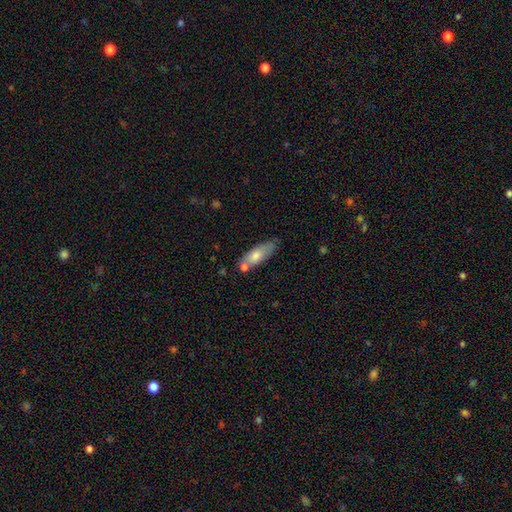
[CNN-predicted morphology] smooth 69%, featured or disk 24%, star or artifact 7%. Down the decision tree: how rounded — in between (59%); merging — none (57%).